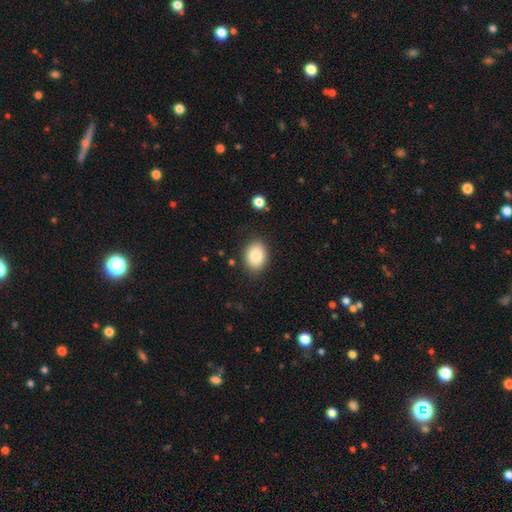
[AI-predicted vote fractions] Smooth or featured? smooth (85%)
How rounded? in between (69%)
Merging? none (86%)